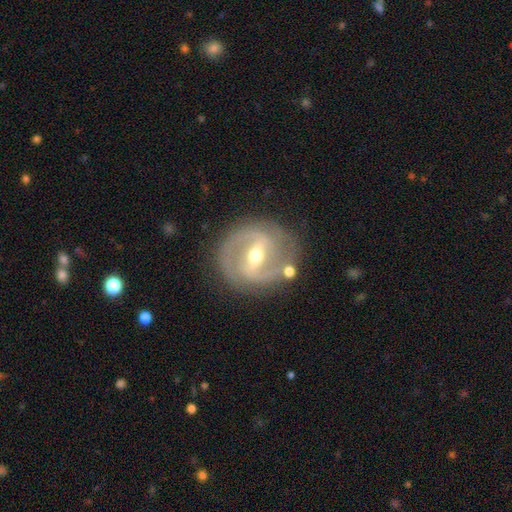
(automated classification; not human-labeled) smooth-or-featured: featured or disk: 86% | smooth: 8% | star or artifact: 5%
  disk-edge-on: no: 96% | yes: 4%
    bar: strong: 55% | weak: 35% | no: 11%
    has-spiral-arms: yes: 91% | no: 9%
      spiral-winding: medium: 45% | tight: 43% | loose: 13%
      spiral-arm-count: 2: 85% | can't tell: 6% | 3: 4% | 1: 2% | 4: 1% | more than 4: 1%
    bulge-size: moderate: 61% | small: 34% | large: 3% | none: 1% | dominant: 1%
  merging: none: 81% | minor disturbance: 12% | major disturbance: 4% | merger: 3%